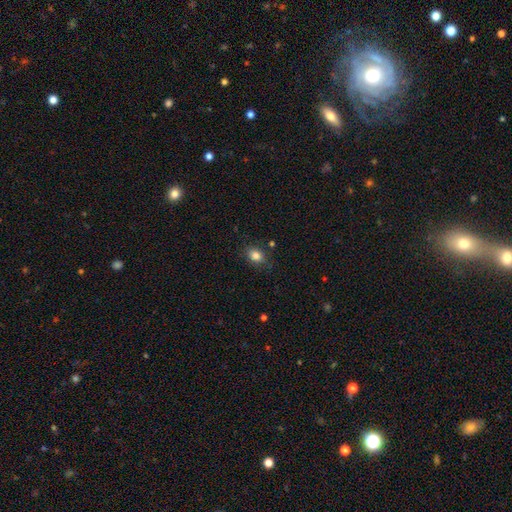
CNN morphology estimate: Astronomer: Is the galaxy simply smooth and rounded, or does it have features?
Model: smooth — 83%.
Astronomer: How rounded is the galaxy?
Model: in between — 73%.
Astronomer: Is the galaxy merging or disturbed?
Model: none — 80%.